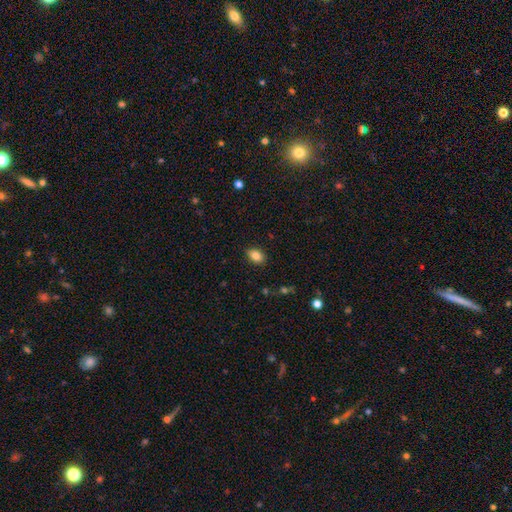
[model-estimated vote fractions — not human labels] The model was most divided on "how rounded": in between: 82%, round: 17%, cigar-shaped: 2%. More confident: merging — none (86%); smooth or featured — smooth (85%).